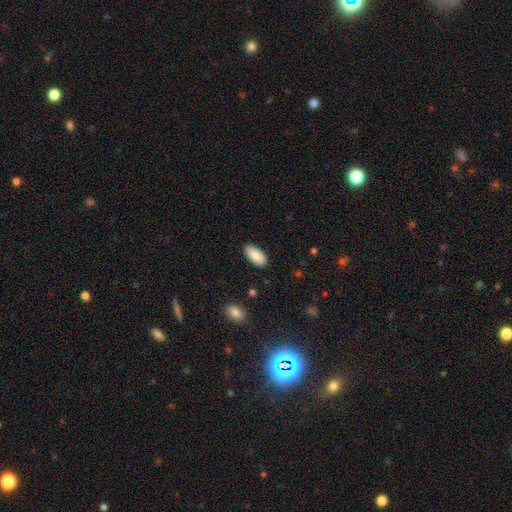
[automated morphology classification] Overall: smooth (85%). How rounded: in between (93%). Merging: none (87%).